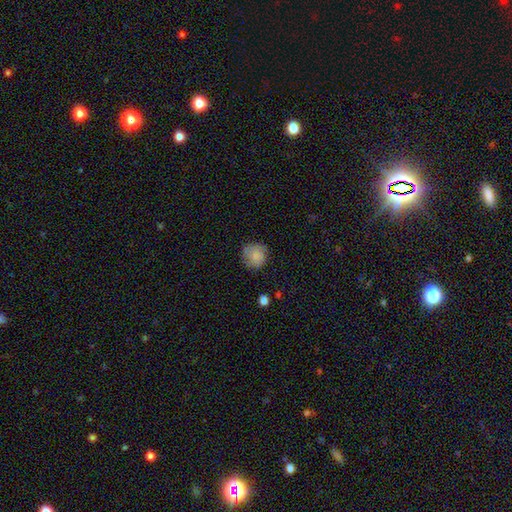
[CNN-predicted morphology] type=smooth (71%); roundness=round (88%); merging=none (72%).